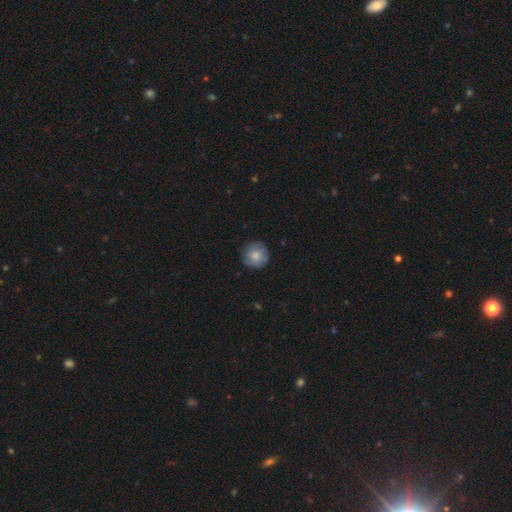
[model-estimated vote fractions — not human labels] smooth 76%, featured or disk 17%, star or artifact 7%. Down the decision tree: how rounded — round (94%); merging — none (84%).